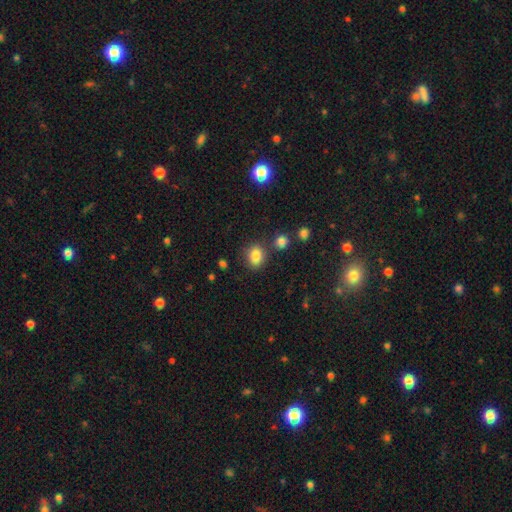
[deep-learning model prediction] Smooth or featured? smooth (83%)
How rounded? in between (57%)
Merging? none (75%)